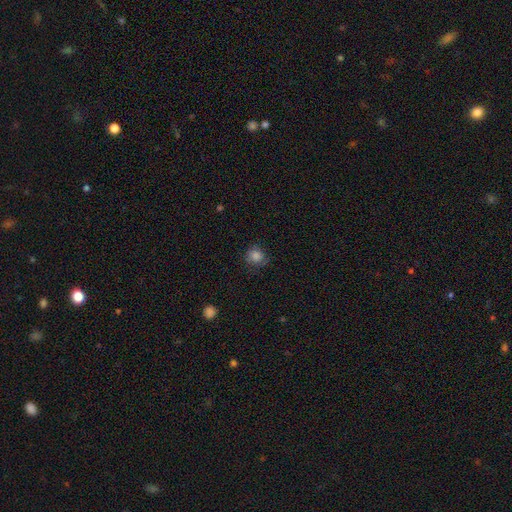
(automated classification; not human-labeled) This appears to be a smooth galaxy with no disk features (82%) that is round (87%). Merging: none (74%).